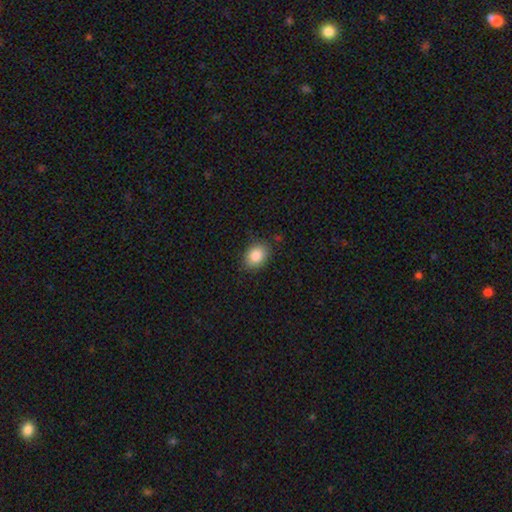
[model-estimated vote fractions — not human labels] Smooth or featured?
  - smooth: 86% *
  - star or artifact: 8%
  - featured or disk: 6%
How rounded?
  - in between: 67% *
  - round: 32%
  - cigar-shaped: 1%
Merging?
  - none: 83% *
  - minor disturbance: 13%
  - major disturbance: 3%
  - merger: 1%